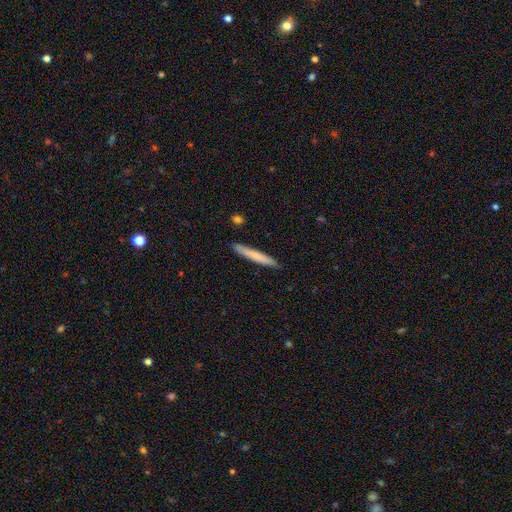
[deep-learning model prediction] smooth 71%, featured or disk 24%, star or artifact 6%. Down the decision tree: how rounded — cigar-shaped (96%); merging — none (89%).